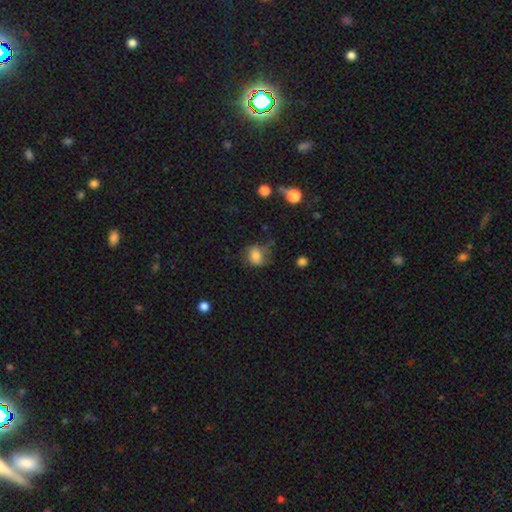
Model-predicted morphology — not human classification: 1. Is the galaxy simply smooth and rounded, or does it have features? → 77% smooth, 12% featured or disk, 11% star or artifact.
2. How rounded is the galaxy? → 60% round, 39% in between, 1% cigar-shaped.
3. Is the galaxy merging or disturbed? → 50% none, 29% minor disturbance, 18% major disturbance, 3% merger.